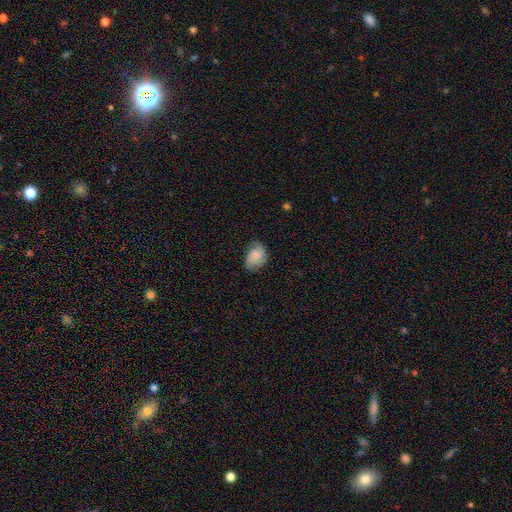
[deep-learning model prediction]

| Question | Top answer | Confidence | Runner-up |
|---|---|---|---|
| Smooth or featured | smooth | 69% | featured or disk (23%) |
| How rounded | in between | 72% | round (27%) |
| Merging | none | 60% | minor disturbance (30%) |